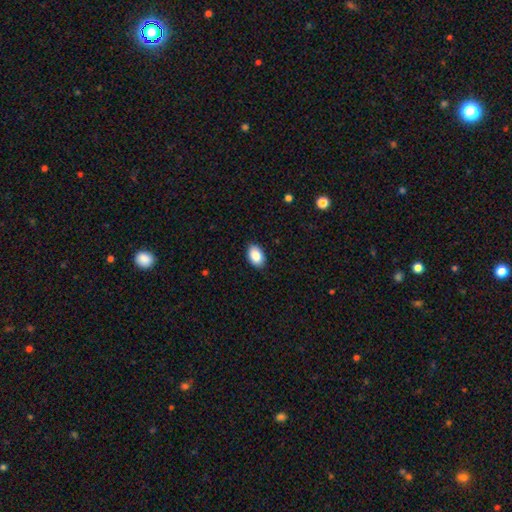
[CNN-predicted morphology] smooth 88%, star or artifact 7%, featured or disk 5%. Down the decision tree: how rounded — in between (90%); merging — none (88%).